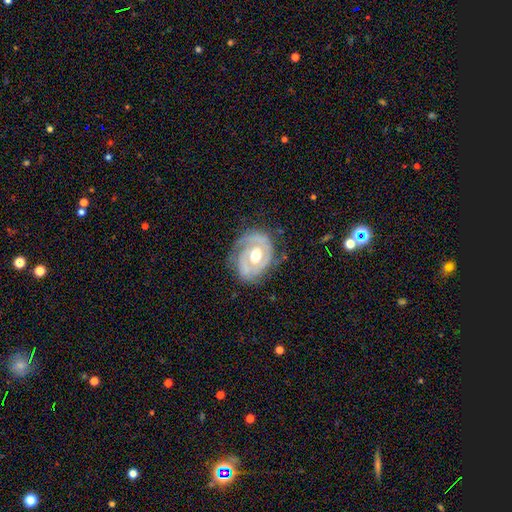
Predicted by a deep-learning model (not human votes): This is clearly a featured or disk galaxy (81%). It is clearly not viewed edge-on (97%). Bar: likely no (64%). Spiral arm pattern: clearly yes (80%). Spiral arm count: possibly 2 (46%). Spiral winding: possibly tight (59%). Central bulge: likely moderate (72%). Merging: likely none (63%).